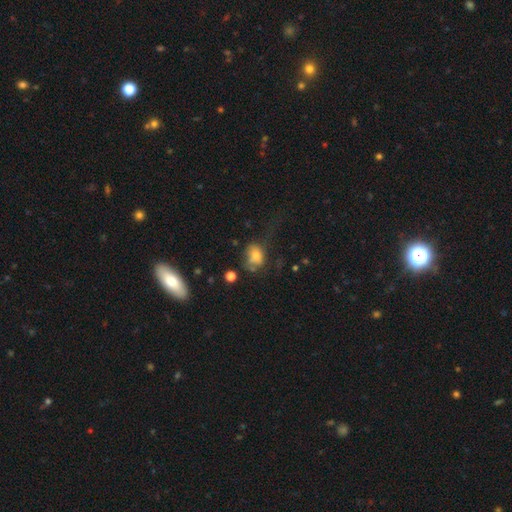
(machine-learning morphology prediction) smooth-or-featured: smooth: 70% | featured or disk: 17% | star or artifact: 13%
  how-rounded: in between: 54% | round: 44% | cigar-shaped: 1%
  merging: none: 38% | major disturbance: 28% | minor disturbance: 26% | merger: 9%